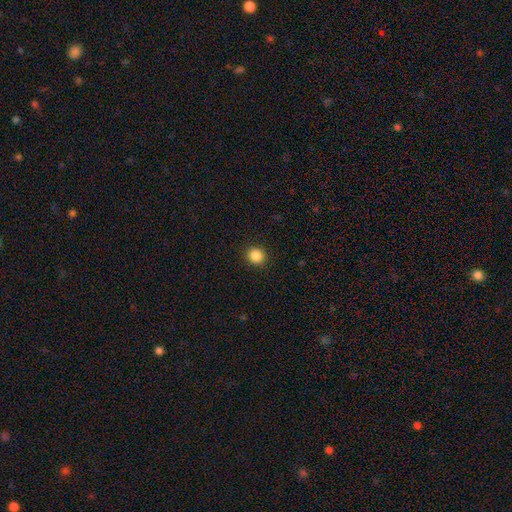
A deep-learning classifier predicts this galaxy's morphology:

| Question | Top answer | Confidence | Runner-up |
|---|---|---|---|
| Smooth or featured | smooth | 87% | star or artifact (10%) |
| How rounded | round | 89% | in between (10%) |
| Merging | none | 92% | minor disturbance (5%) |